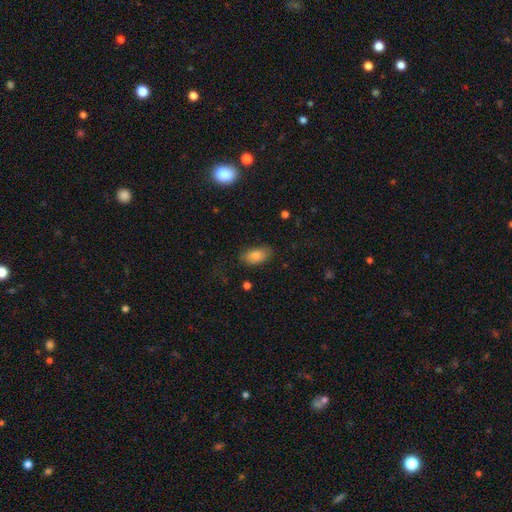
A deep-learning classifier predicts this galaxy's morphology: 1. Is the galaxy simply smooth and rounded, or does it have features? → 85% smooth, 8% featured or disk, 7% star or artifact.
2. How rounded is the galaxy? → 92% in between, 4% round, 4% cigar-shaped.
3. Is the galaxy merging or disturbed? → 77% none, 17% minor disturbance, 5% major disturbance, 1% merger.